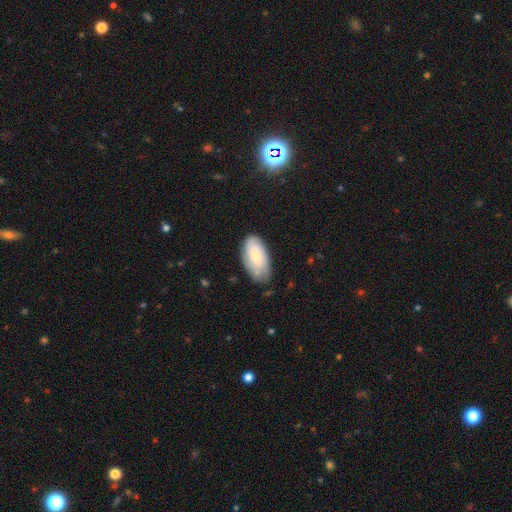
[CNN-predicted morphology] Smooth or featured: smooth — 52% (featured or disk — 41%)
How rounded: in between — 94% (cigar-shaped — 3%)
Merging: none — 72% (minor disturbance — 22%)